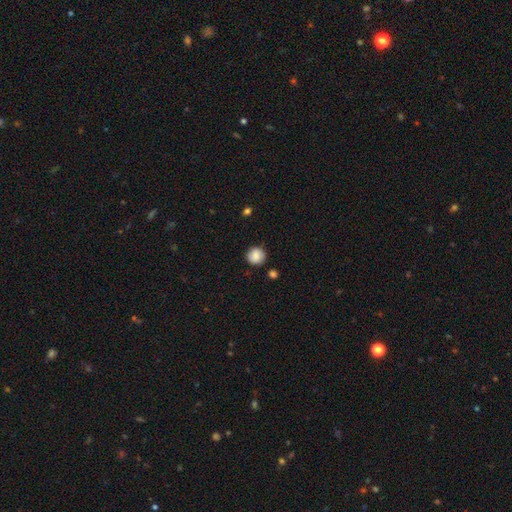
Volunteers were most divided on "merging": none: 83%, minor disturbance: 8%, merger: 6%, major disturbance: 3%. More confident: how rounded — round (97%); smooth or featured — smooth (88%).